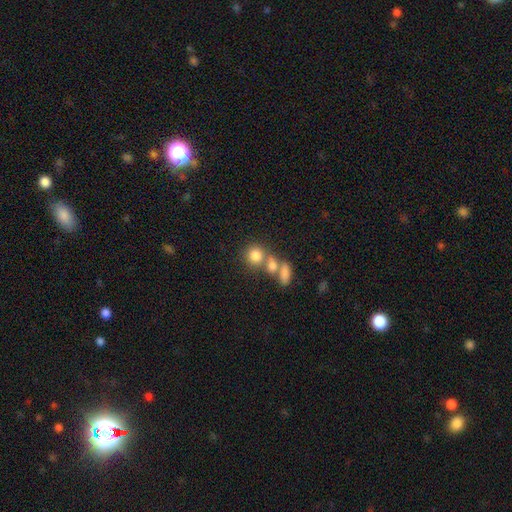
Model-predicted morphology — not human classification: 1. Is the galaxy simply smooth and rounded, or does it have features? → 78% smooth, 11% featured or disk, 11% star or artifact.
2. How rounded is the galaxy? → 78% round, 20% in between, 2% cigar-shaped.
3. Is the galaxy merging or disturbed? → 47% none, 39% merger, 9% minor disturbance, 5% major disturbance.